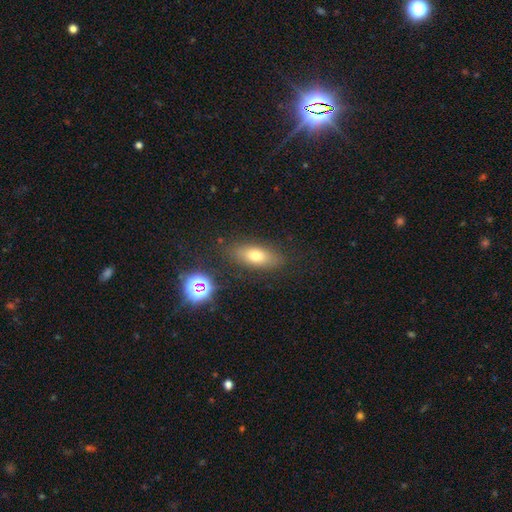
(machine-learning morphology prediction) smooth_or_featured: smooth (p=0.71) [alt: featured or disk p=0.18]
how_rounded: in between (p=0.76) [alt: cigar-shaped p=0.17]
merging: none (p=0.83) [alt: minor disturbance p=0.11]